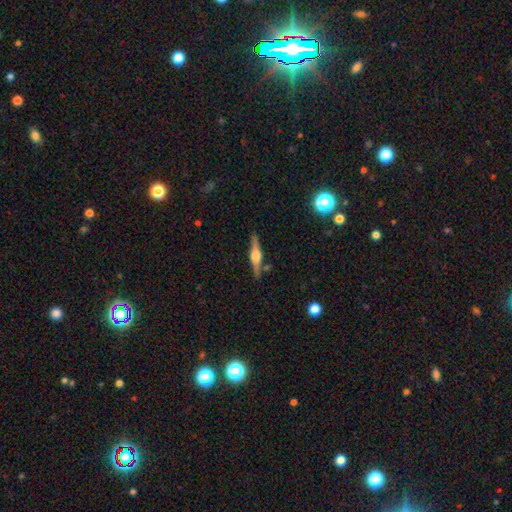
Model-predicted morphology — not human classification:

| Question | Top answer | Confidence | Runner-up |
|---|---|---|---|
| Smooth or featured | featured or disk | 78% | smooth (17%) |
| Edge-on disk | yes | 98% | no (2%) |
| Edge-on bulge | rounded | 90% | boxy (8%) |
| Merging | none | 87% | minor disturbance (9%) |